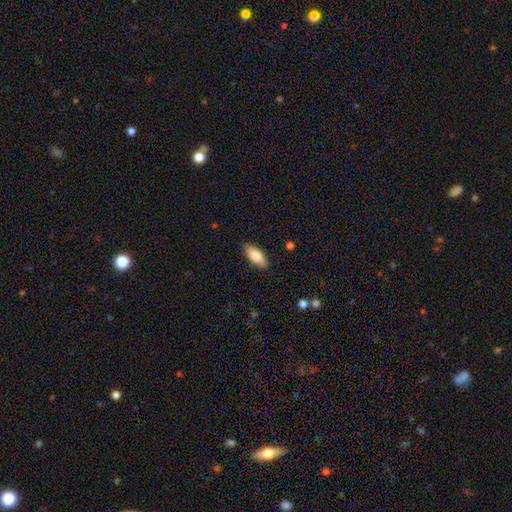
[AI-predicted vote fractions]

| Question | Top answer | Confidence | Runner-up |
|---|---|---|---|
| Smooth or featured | smooth | 83% | featured or disk (11%) |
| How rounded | in between | 86% | cigar-shaped (12%) |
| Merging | none | 86% | minor disturbance (10%) |